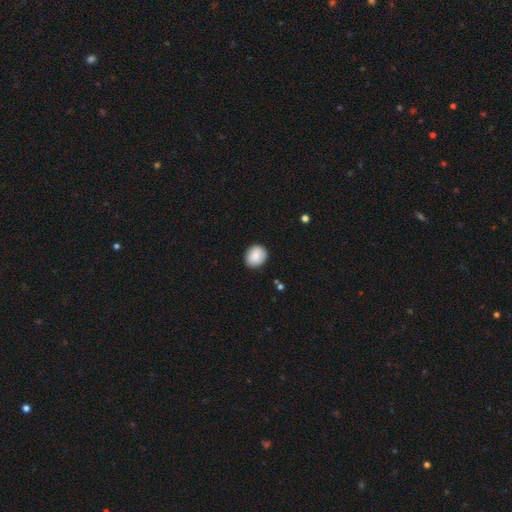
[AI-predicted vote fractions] Smooth or featured? Predicted: smooth (p=0.87). How rounded? Predicted: round (p=0.72). Merging? Predicted: none (p=0.87).